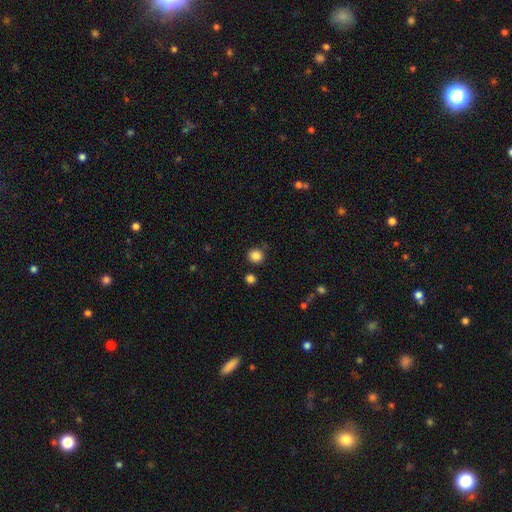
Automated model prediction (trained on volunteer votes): smooth_or_featured: smooth (p=0.85) [alt: star or artifact p=0.11]
how_rounded: round (p=0.92) [alt: in between p=0.08]
merging: none (p=0.84) [alt: minor disturbance p=0.09]